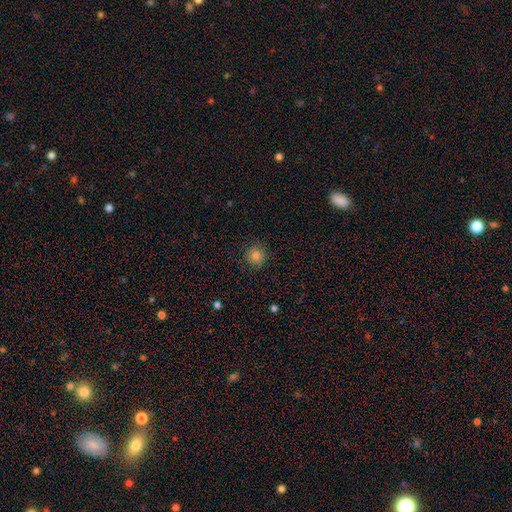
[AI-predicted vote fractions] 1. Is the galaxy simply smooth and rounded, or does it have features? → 80% smooth, 13% star or artifact, 6% featured or disk.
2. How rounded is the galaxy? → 92% round, 7% in between, 1% cigar-shaped.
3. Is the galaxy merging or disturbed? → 88% none, 9% minor disturbance, 2% major disturbance, 1% merger.